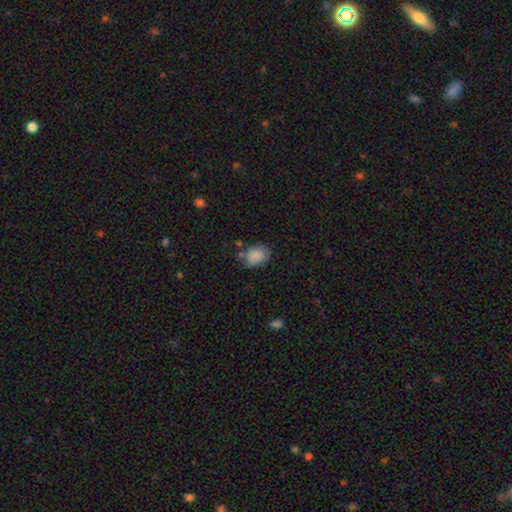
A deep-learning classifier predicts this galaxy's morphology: The model was most divided on "how rounded": in between: 66%, round: 33%, cigar-shaped: 1%. More confident: smooth or featured — smooth (86%); merging — none (70%).